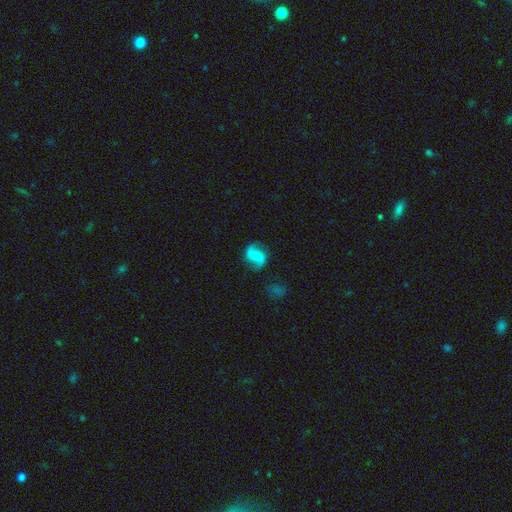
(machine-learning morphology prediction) Smooth or featured? Predicted: featured or disk (p=0.75). Edge-on disk? Predicted: no (p=0.98). Bar? Predicted: weak (p=0.41). Spiral arms? Predicted: yes (p=0.95). Spiral winding? Predicted: loose (p=0.63). Spiral arm count? Predicted: 2 (p=0.92). Bulge size? Predicted: none (p=0.44). Merging? Predicted: none (p=0.76).